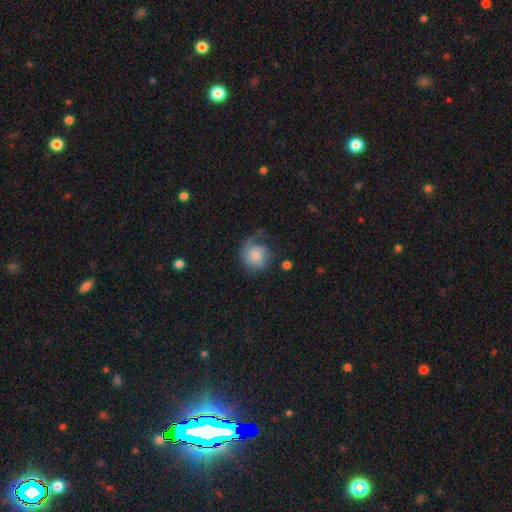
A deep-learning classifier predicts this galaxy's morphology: A smooth galaxy with no disk features (62%) that is round (82%). Merging: none (42%).